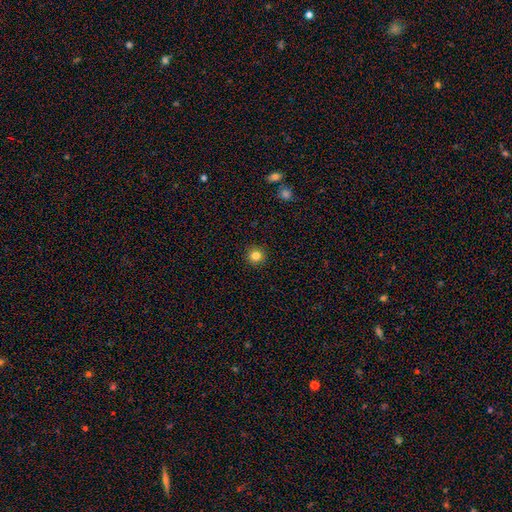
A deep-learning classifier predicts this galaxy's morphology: smooth-or-featured: smooth: 83% | star or artifact: 12% | featured or disk: 5%
  how-rounded: round: 95% | in between: 4% | cigar-shaped: 1%
  merging: none: 93% | minor disturbance: 5% | major disturbance: 2% | merger: 1%